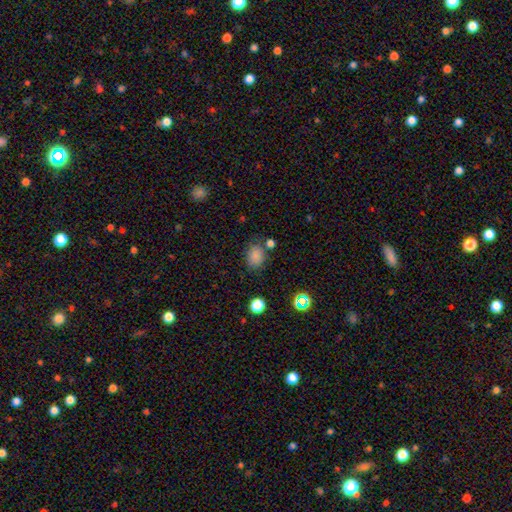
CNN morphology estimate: A smooth galaxy with no disk features (81%) that is in between round and cigar-shaped (60%).

Vote fractions:
- Smooth or featured? smooth: 81% / star or artifact: 13% / featured or disk: 6%
- How rounded? in between: 60% / round: 39% / cigar-shaped: 1%
- Merging? none: 70% / minor disturbance: 16% / merger: 8% / major disturbance: 5%